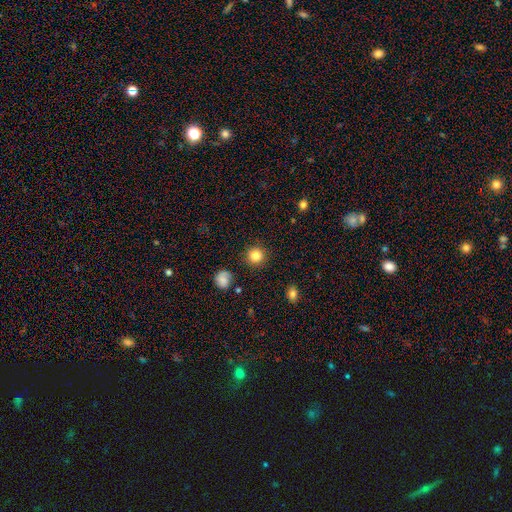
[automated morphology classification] Overall: smooth (83%). How rounded: round (94%). Merging: none (90%).